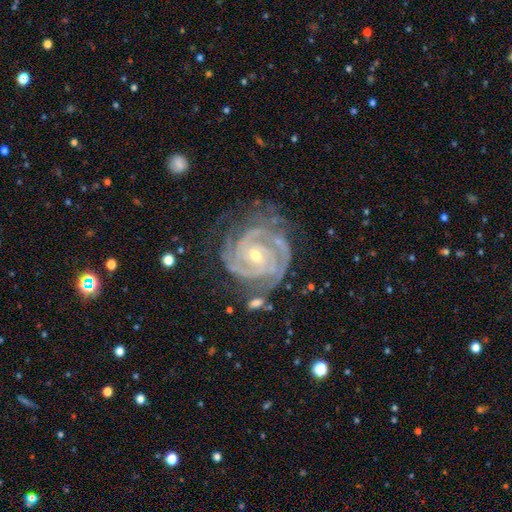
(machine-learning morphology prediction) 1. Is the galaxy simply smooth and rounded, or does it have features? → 93% featured or disk, 5% star or artifact, 3% smooth.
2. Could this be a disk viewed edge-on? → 98% no, 2% yes.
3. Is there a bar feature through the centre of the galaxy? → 51% no, 33% weak, 16% strong.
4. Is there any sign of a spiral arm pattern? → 99% yes, 1% no.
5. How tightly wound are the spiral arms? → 81% tight, 17% medium, 2% loose.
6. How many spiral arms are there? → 33% 3, 30% 2, 16% 4, 11% can't tell, 6% more than 4, 5% 1.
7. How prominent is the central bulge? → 60% small, 38% moderate, 1% large, 1% none, 1% dominant.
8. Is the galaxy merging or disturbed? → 65% none, 22% minor disturbance, 9% major disturbance, 4% merger.